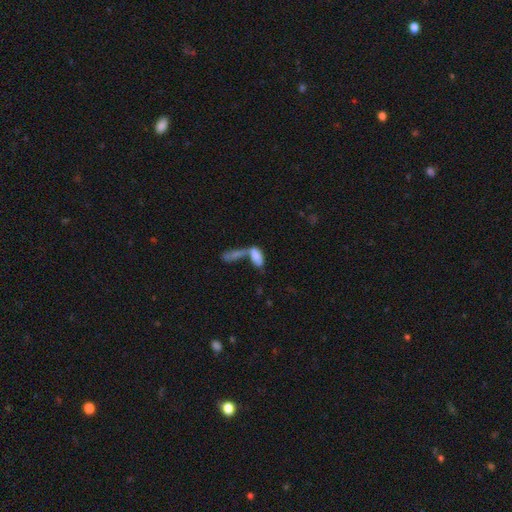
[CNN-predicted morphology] Smooth or featured: smooth — 75% (featured or disk — 15%)
How rounded: in between — 81% (cigar-shaped — 16%)
Merging: merger — 68% (none — 17%)